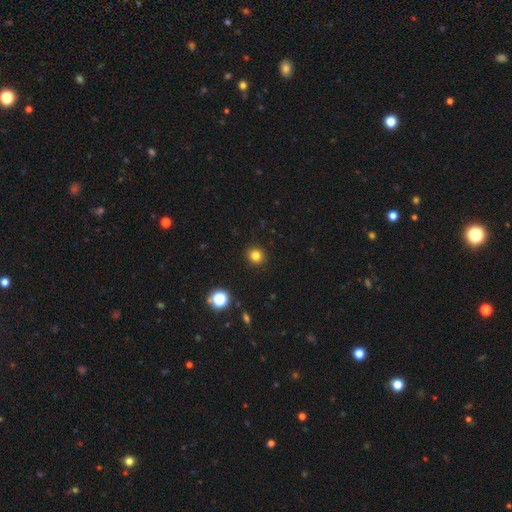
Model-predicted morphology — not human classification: type=smooth (81%); roundness=round (90%); merging=none (92%).